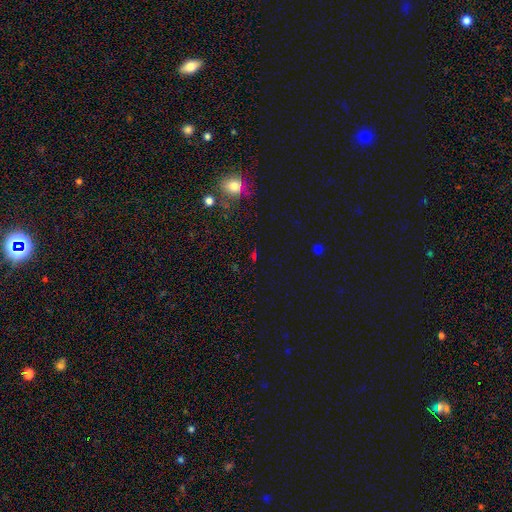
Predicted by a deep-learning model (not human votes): A star or artifact, not a galaxy (61%).

Vote fractions:
- Smooth or featured? star or artifact: 61% / smooth: 29% / featured or disk: 10%